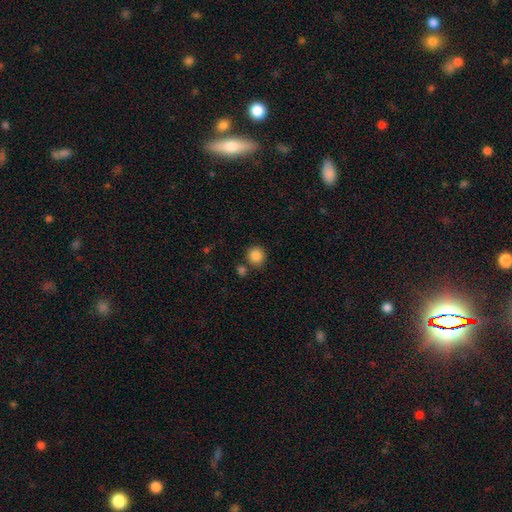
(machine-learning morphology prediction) smooth_or_featured: smooth (p=0.86) [alt: star or artifact p=0.10]
how_rounded: round (p=0.91) [alt: in between p=0.08]
merging: none (p=0.78) [alt: merger p=0.10]